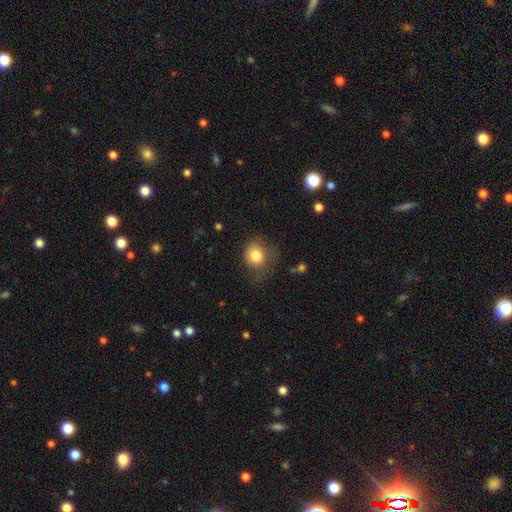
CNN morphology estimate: A smooth galaxy with no disk features (80%) that is round (76%). Merging: none (50%).